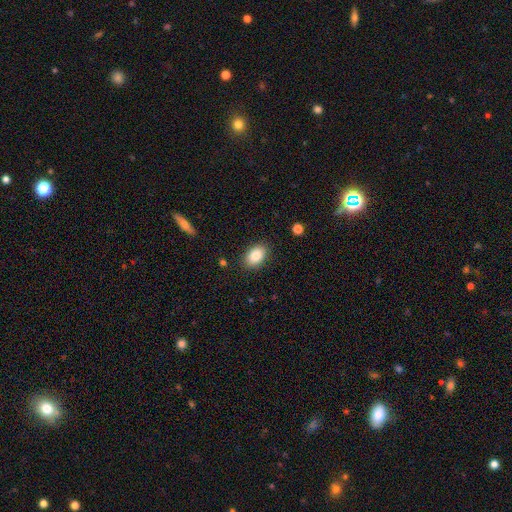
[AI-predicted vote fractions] Morphology: type=smooth (84%); roundness=in between (87%); merging=none (87%).